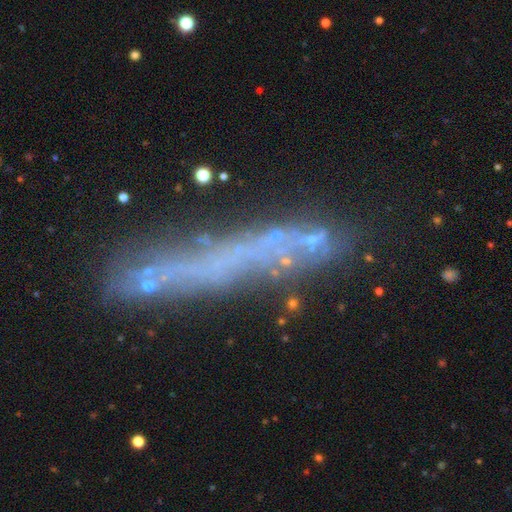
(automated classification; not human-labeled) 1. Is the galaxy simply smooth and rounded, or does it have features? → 45% featured or disk, 36% smooth, 19% star or artifact.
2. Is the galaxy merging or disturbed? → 70% none, 16% minor disturbance, 8% major disturbance, 6% merger.